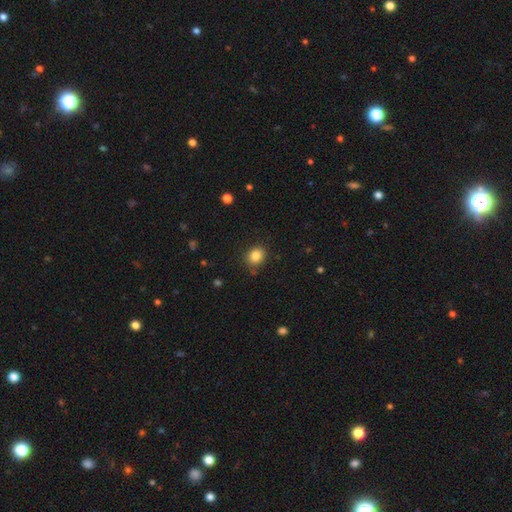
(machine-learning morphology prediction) Overall: smooth (83%). How rounded: round (70%). Merging: none (85%).